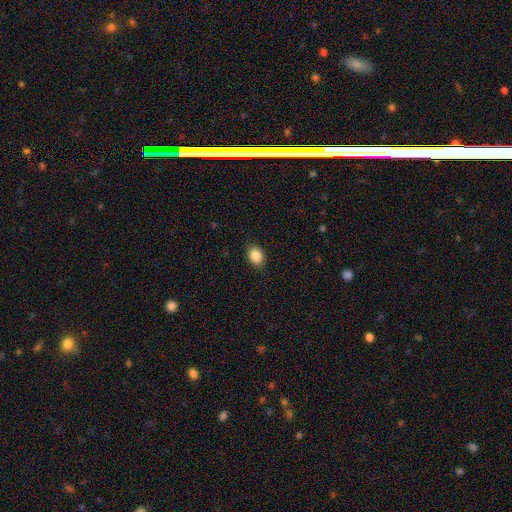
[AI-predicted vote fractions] Smooth or featured: smooth — 87% (star or artifact — 9%)
How rounded: in between — 70% (round — 29%)
Merging: none — 88% (minor disturbance — 8%)